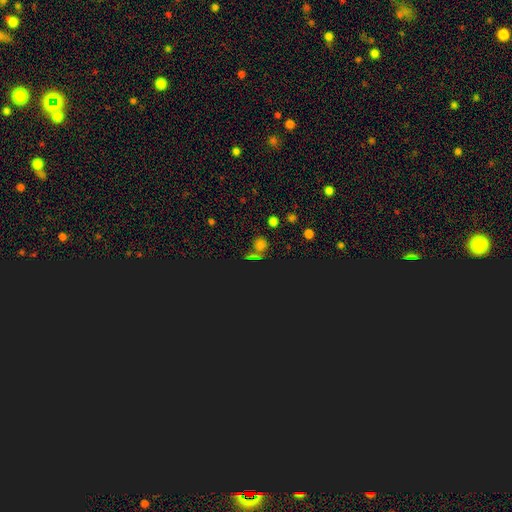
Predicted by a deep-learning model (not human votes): This is likely a star or artifact rather than a galaxy (61%).